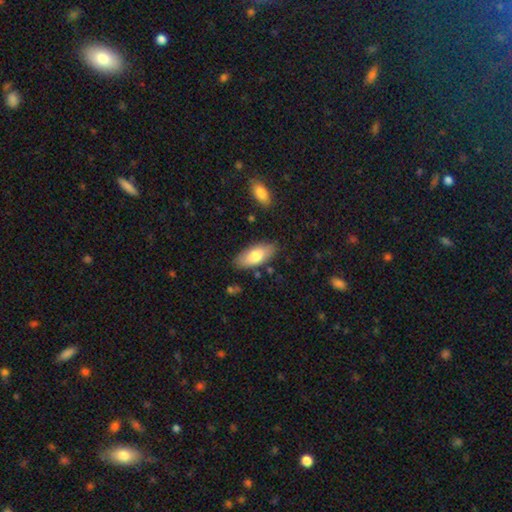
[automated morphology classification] This is likely a smooth galaxy (77%). How rounded: clearly in between (87%). Merging: clearly none (83%).